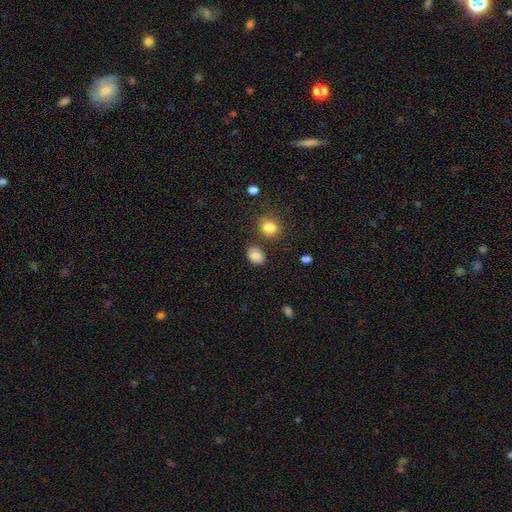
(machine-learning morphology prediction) Q: Smooth or featured?
A: smooth (85%); runner-up: star or artifact (10%)
Q: How rounded?
A: in between (64%); runner-up: round (35%)
Q: Merging?
A: none (78%); runner-up: minor disturbance (11%)